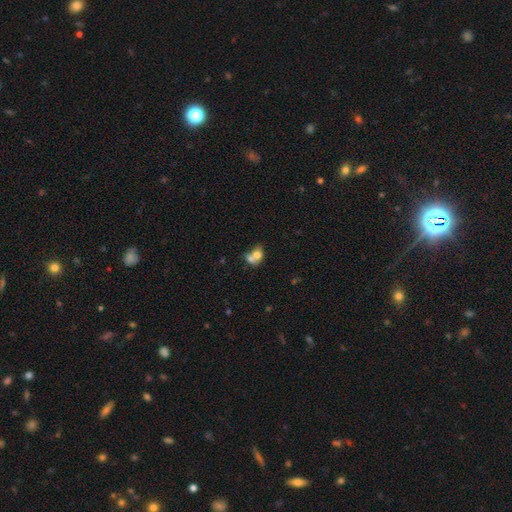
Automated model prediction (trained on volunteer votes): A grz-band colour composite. It shows a smooth galaxy with no disk features (68%) that is round (50%). Merging: merger (67%).